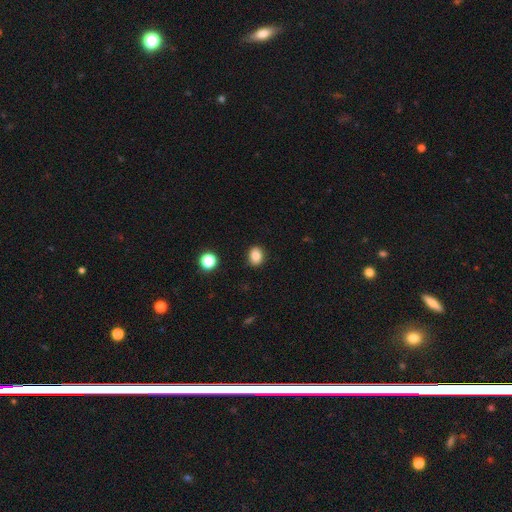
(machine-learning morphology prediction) This is clearly a smooth galaxy (84%). How rounded: possibly round (52%). Merging: clearly none (88%).